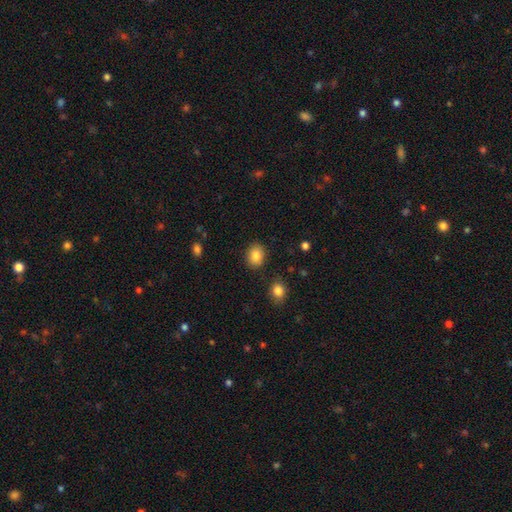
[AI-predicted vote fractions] smooth_or_featured: smooth (p=0.85) [alt: star or artifact p=0.09]
how_rounded: in between (p=0.51) [alt: round p=0.49]
merging: none (p=0.88) [alt: minor disturbance p=0.08]